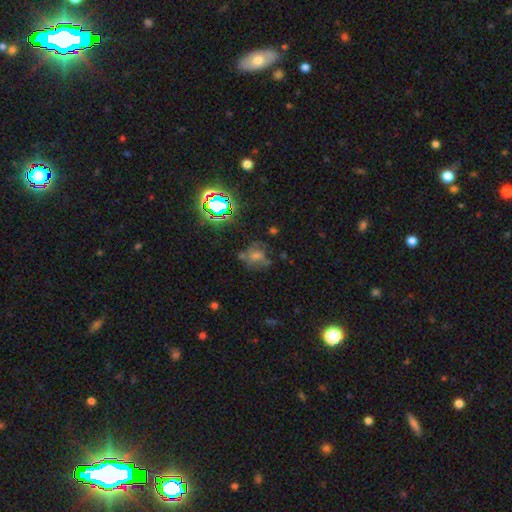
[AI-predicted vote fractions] The model was most divided on "smooth or featured": star or artifact: 40%, smooth: 33%, featured or disk: 27%.